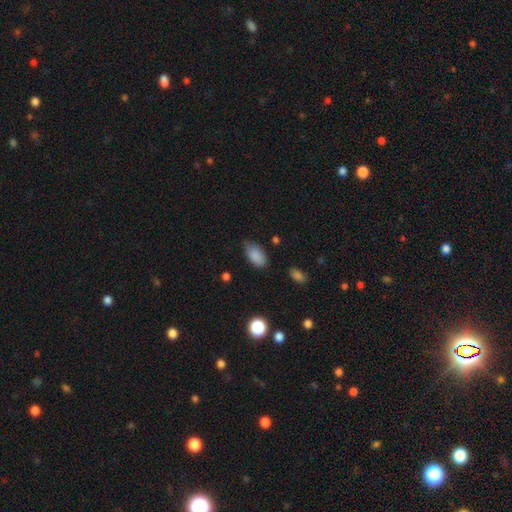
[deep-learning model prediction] Morphology: type=smooth (87%); roundness=in between (93%); merging=none (70%).